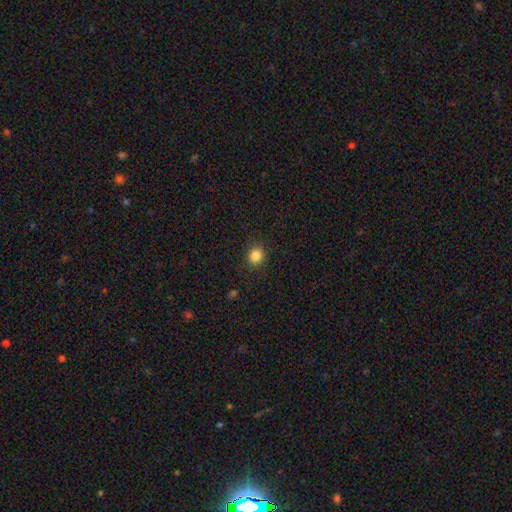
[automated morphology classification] Smooth or featured: smooth — 85% (star or artifact — 11%)
How rounded: round — 81% (in between — 18%)
Merging: none — 89% (minor disturbance — 7%)